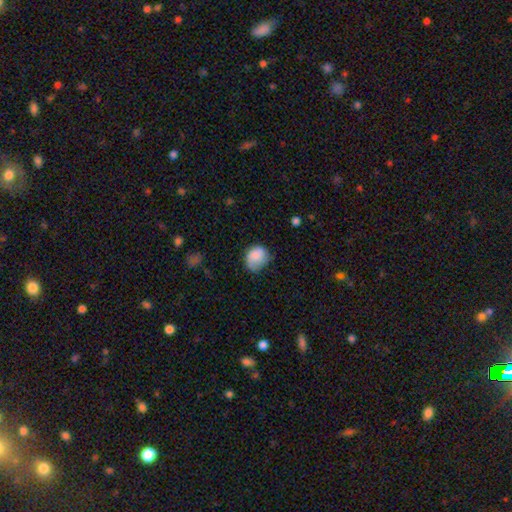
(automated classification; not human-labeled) Q: Smooth or featured?
A: smooth (79%); runner-up: featured or disk (13%)
Q: How rounded?
A: round (54%); runner-up: in between (45%)
Q: Merging?
A: none (48%); runner-up: minor disturbance (37%)